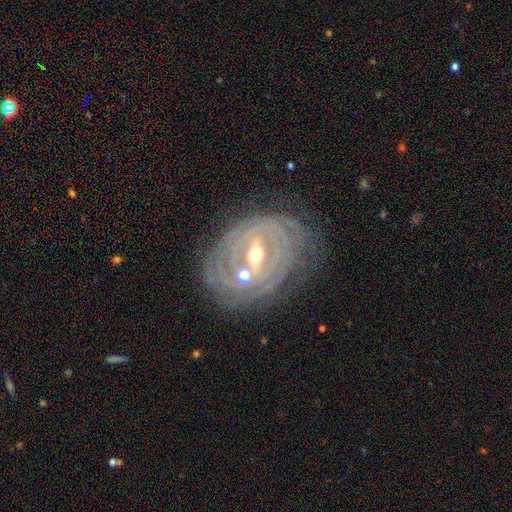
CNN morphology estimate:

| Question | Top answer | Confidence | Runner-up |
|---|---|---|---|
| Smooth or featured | featured or disk | 84% | star or artifact (8%) |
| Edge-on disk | no | 94% | yes (6%) |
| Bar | strong | 45% | weak (40%) |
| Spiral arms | yes | 86% | no (14%) |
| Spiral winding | tight | 82% | medium (14%) |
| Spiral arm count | can't tell | 47% | 4 (13%) |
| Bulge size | moderate | 58% | small (38%) |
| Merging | none | 67% | minor disturbance (18%) |